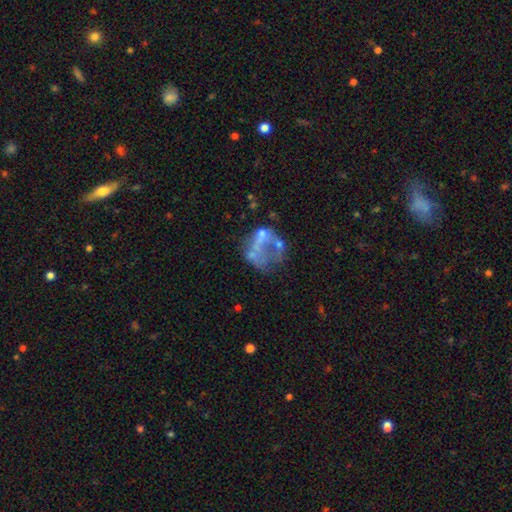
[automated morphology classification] Overall: featured or disk (56%; smooth 30%). Edge-on disk: no (98%). Bar: no (93%). Spiral arms: no (94%). Bulge size: none (78%). Merging: major disturbance (31%, tied with none).